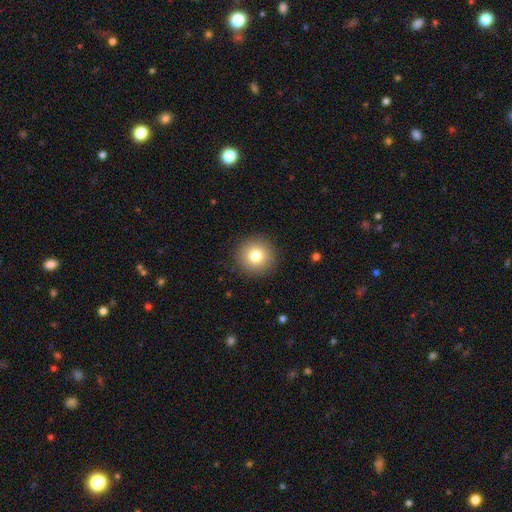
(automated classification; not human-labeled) Smooth or featured: smooth — 79% (star or artifact — 11%)
How rounded: round — 95% (in between — 4%)
Merging: none — 91% (minor disturbance — 5%)